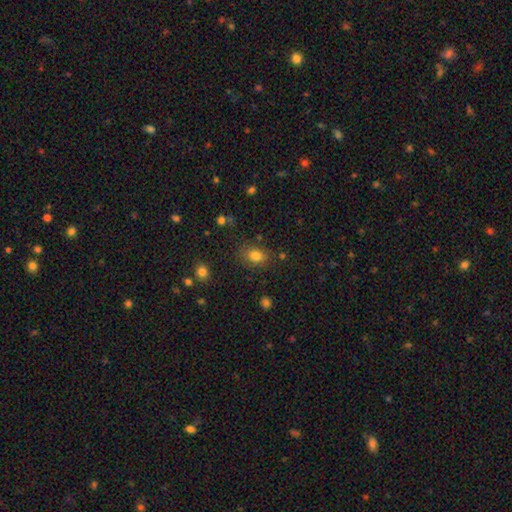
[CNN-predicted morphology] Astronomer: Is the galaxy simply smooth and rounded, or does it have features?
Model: smooth — 82%.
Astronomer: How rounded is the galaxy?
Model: in between — 63%.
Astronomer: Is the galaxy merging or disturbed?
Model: none — 78%.